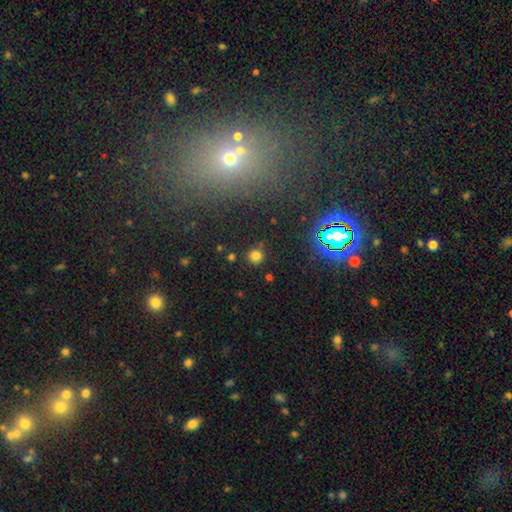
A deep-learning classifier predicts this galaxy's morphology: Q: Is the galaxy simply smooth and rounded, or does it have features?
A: smooth — 76%.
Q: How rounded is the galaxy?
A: round — 93%.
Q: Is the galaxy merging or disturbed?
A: none — 87%.